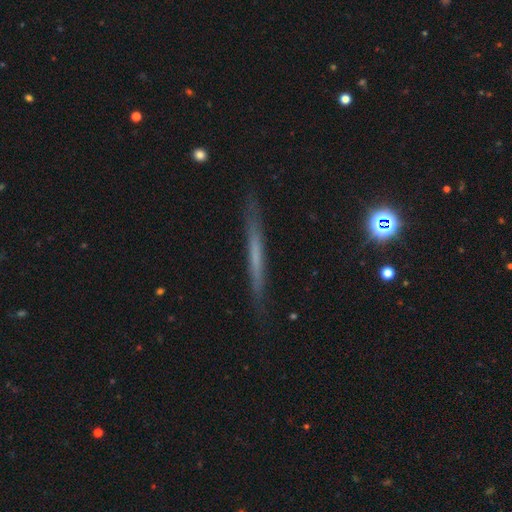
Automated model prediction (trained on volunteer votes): Smooth or featured? Predicted: featured or disk (p=0.48). Merging? Predicted: none (p=0.86).